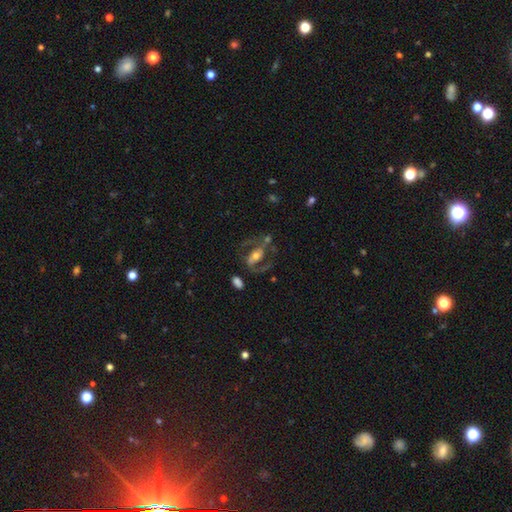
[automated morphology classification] Smooth or featured?
  - featured or disk: 73% *
  - smooth: 20%
  - star or artifact: 7%
Edge-on disk?
  - no: 92% *
  - yes: 8%
Bar?
  - strong: 42% *
  - no: 31%
  - weak: 26%
Spiral arms?
  - yes: 72% *
  - no: 28%
Bulge size?
  - moderate: 60% *
  - small: 26%
  - large: 10%
  - none: 2%
  - dominant: 2%
Merging?
  - none: 52% *
  - major disturbance: 24%
  - minor disturbance: 17%
  - merger: 7%